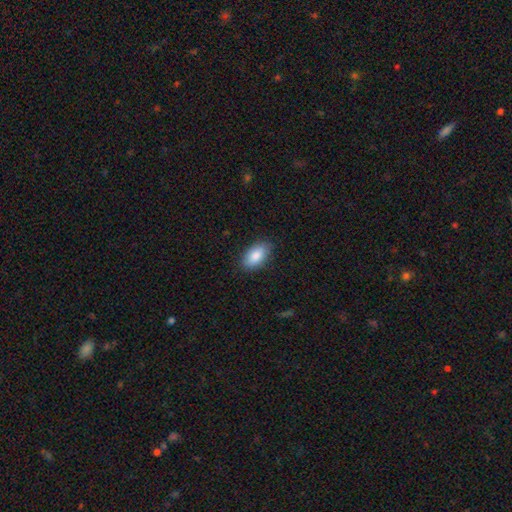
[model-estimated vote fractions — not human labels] A smooth galaxy with no disk features (86%) that is in between round and cigar-shaped (93%).

Vote fractions:
- Smooth or featured? smooth: 86% / featured or disk: 7% / star or artifact: 6%
- How rounded? in between: 93% / round: 4% / cigar-shaped: 3%
- Merging? none: 86% / minor disturbance: 11% / major disturbance: 2% / merger: 1%